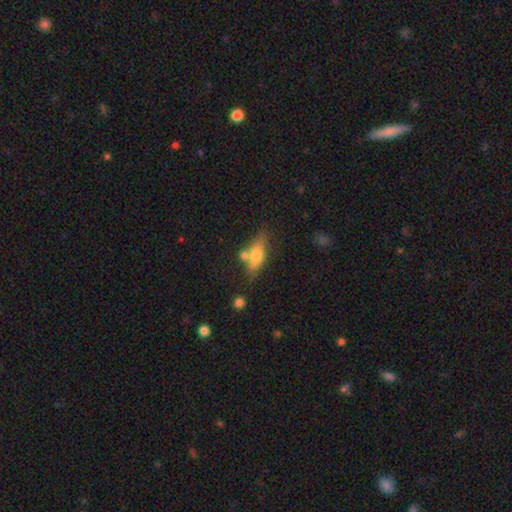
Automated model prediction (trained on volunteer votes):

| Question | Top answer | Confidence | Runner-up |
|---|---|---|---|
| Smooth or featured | smooth | 63% | featured or disk (29%) |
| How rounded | in between | 63% | cigar-shaped (33%) |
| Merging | none | 62% | minor disturbance (17%) |